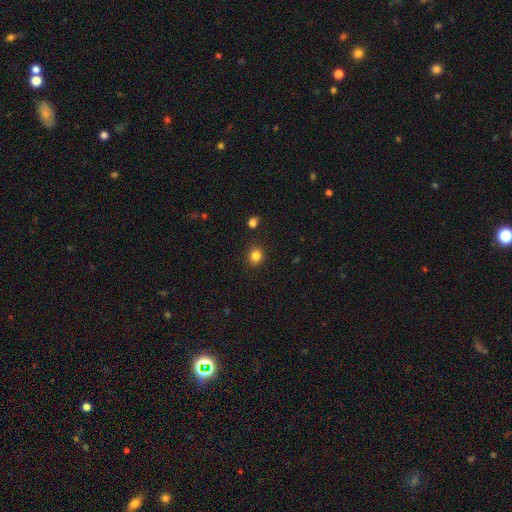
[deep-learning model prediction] smooth-or-featured: smooth: 83% | star or artifact: 12% | featured or disk: 5%
  how-rounded: round: 82% | in between: 17% | cigar-shaped: 1%
  merging: none: 89% | minor disturbance: 7% | major disturbance: 2% | merger: 2%